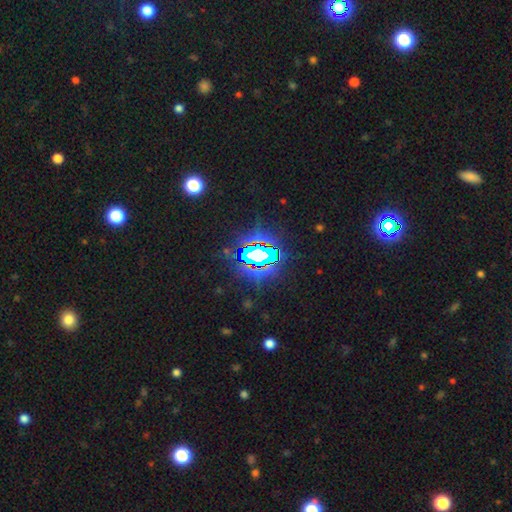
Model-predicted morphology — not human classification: Smooth or featured? Predicted: star or artifact (p=0.78).